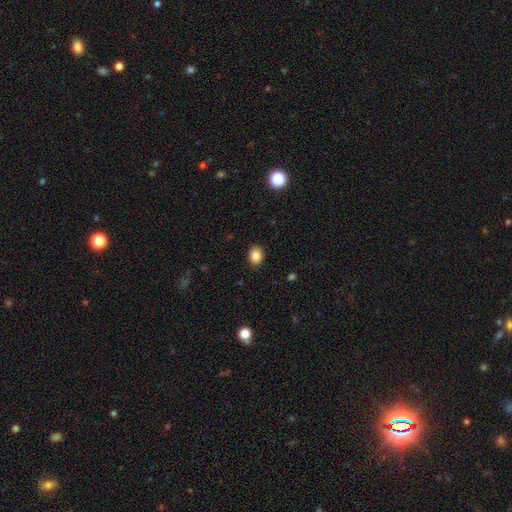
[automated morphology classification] Smooth or featured?
  - smooth: 86% *
  - star or artifact: 10%
  - featured or disk: 5%
How rounded?
  - in between: 50% *
  - round: 49%
  - cigar-shaped: 1%
Merging?
  - none: 90% *
  - minor disturbance: 7%
  - major disturbance: 2%
  - merger: 1%